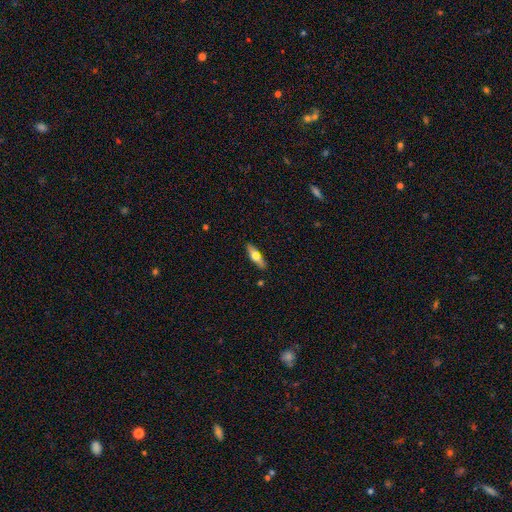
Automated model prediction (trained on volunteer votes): A smooth galaxy with no disk features (53%) that is cigar-shaped (56%). Merging: none (87%).